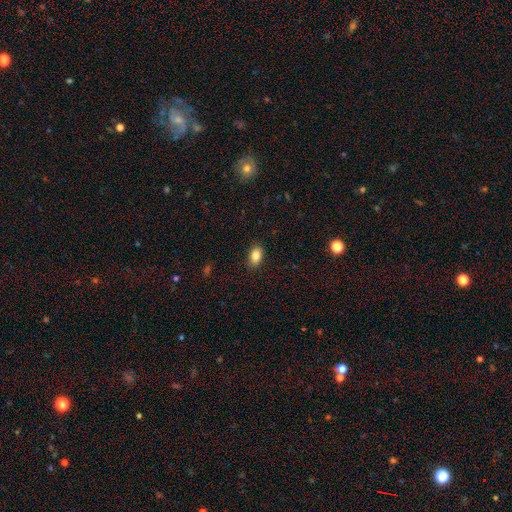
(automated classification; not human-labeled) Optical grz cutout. It shows a smooth galaxy with no disk features (85%) that is in between round and cigar-shaped (85%). Merging: none (88%).